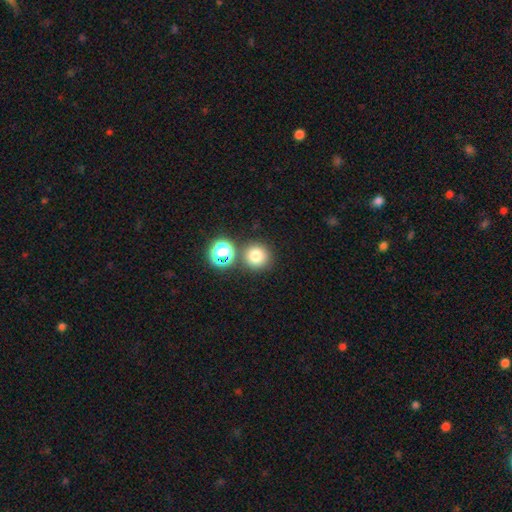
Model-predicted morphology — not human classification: Smooth or featured? Predicted: smooth (p=0.77). How rounded? Predicted: round (p=0.93). Merging? Predicted: none (p=0.78).